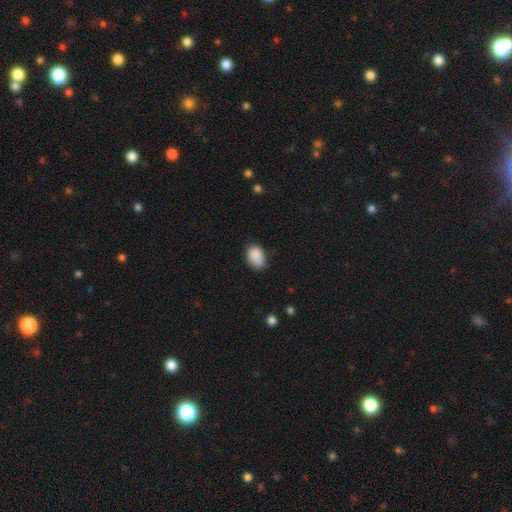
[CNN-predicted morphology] The model was most divided on "merging": none: 72%, minor disturbance: 22%, major disturbance: 4%, merger: 2%. More confident: smooth or featured — smooth (88%); how rounded — in between (83%).